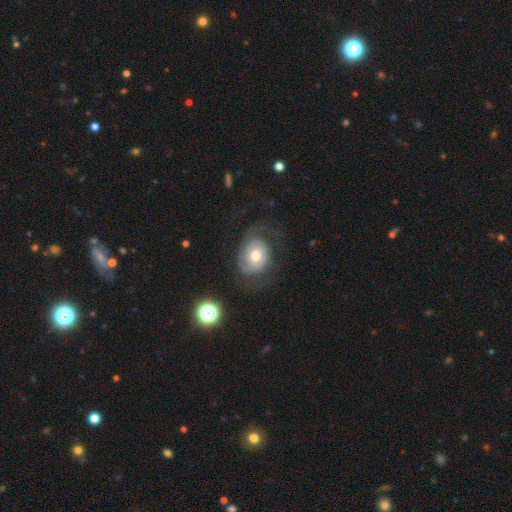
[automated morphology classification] smooth_or_featured: featured or disk (p=0.66) [alt: smooth p=0.27]
disk_edge_on: no (p=0.97) [alt: yes p=0.03]
bar: no (p=0.76) [alt: weak p=0.20]
has_spiral_arms: yes (p=0.86) [alt: no p=0.14]
spiral_winding: tight (p=0.41) [alt: medium p=0.36]
spiral_arm_count: 2 (p=0.50) [alt: 1 p=0.22]
bulge_size: moderate (p=0.68) [alt: small p=0.19]
merging: none (p=0.55) [alt: major disturbance p=0.23]